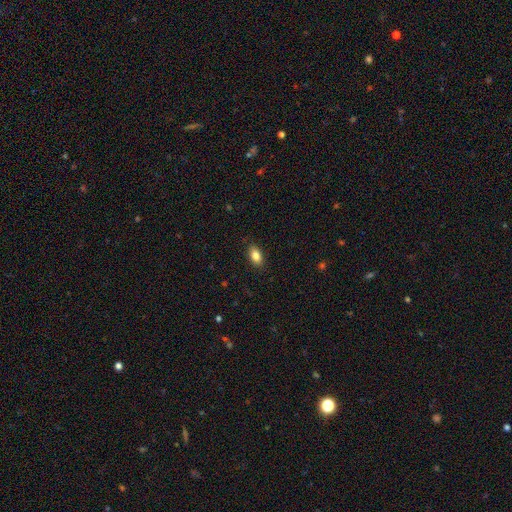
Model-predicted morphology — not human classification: Smooth or featured? smooth (84%)
How rounded? in between (90%)
Merging? none (87%)